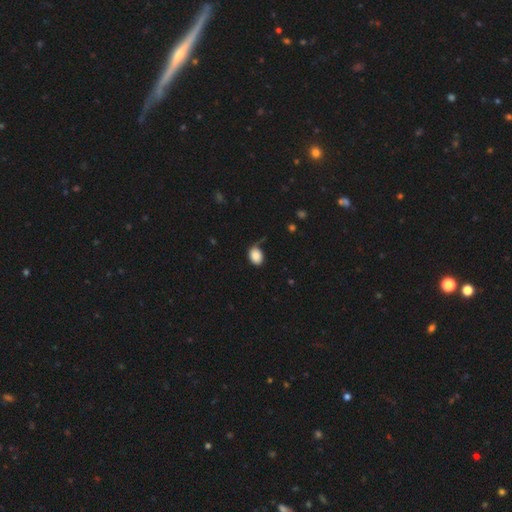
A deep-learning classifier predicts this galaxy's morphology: This is clearly a smooth galaxy (86%). How rounded: likely in between (68%). Merging: possibly none (60%).